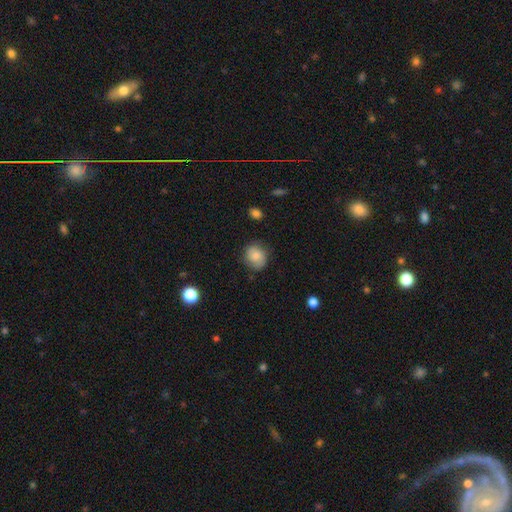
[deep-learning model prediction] Smooth or featured?
  - smooth: 78% *
  - featured or disk: 13%
  - star or artifact: 9%
How rounded?
  - round: 68% *
  - in between: 31%
  - cigar-shaped: 1%
Merging?
  - none: 71% *
  - minor disturbance: 22%
  - major disturbance: 6%
  - merger: 2%